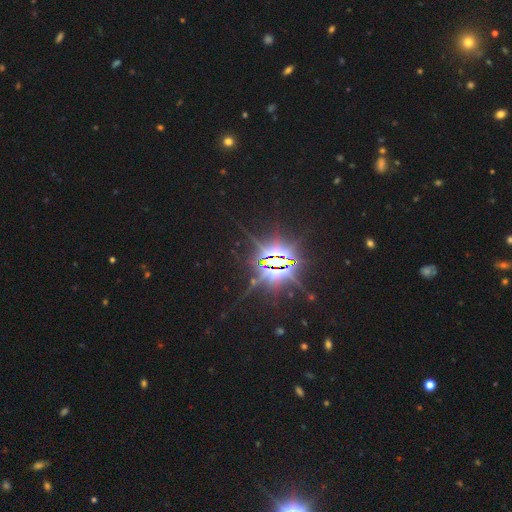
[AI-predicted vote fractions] smooth_or_featured: star or artifact (p=0.88) [alt: featured or disk p=0.06]